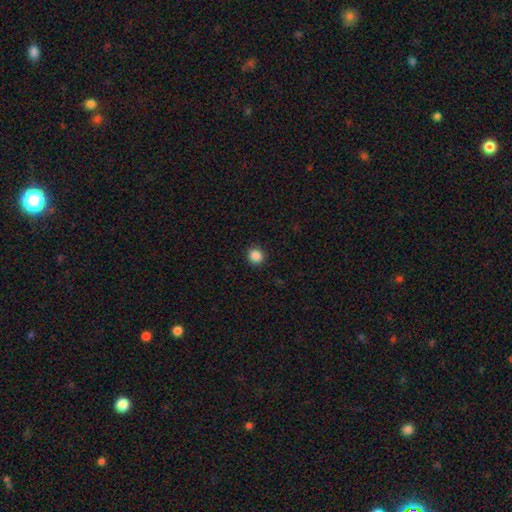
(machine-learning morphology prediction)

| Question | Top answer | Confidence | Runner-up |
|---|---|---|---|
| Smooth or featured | smooth | 87% | star or artifact (10%) |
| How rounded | round | 89% | in between (10%) |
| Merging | none | 91% | minor disturbance (6%) |